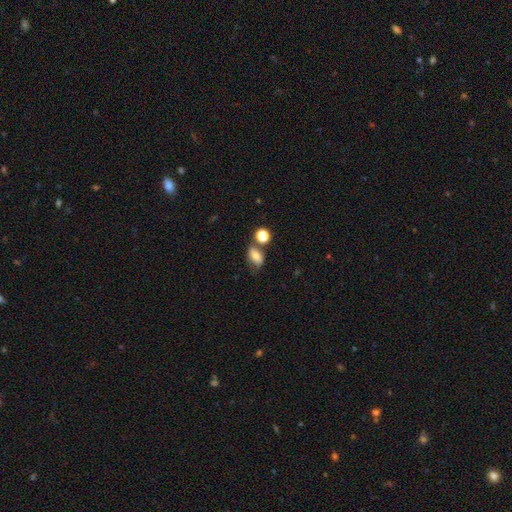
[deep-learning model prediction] A smooth galaxy with no disk features (73%) that is in between round and cigar-shaped (78%).

Vote fractions:
- Smooth or featured? smooth: 73% / featured or disk: 15% / star or artifact: 12%
- How rounded? in between: 78% / round: 20% / cigar-shaped: 2%
- Merging? none: 53% / merger: 21% / minor disturbance: 19% / major disturbance: 7%